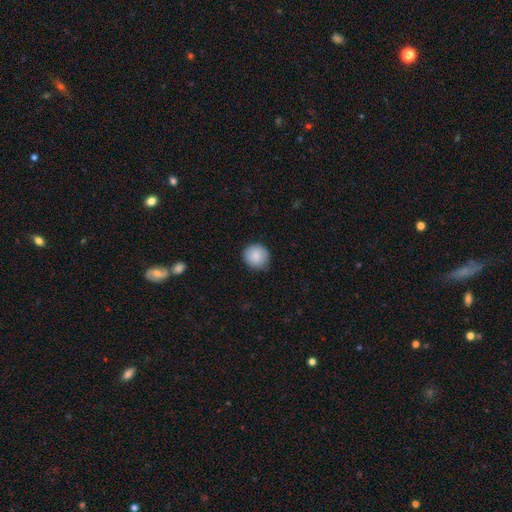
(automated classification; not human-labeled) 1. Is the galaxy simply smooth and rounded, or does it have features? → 87% smooth, 7% star or artifact, 6% featured or disk.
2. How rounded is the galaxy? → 89% round, 10% in between, 1% cigar-shaped.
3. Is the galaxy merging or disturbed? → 84% none, 13% minor disturbance, 2% major disturbance, 1% merger.